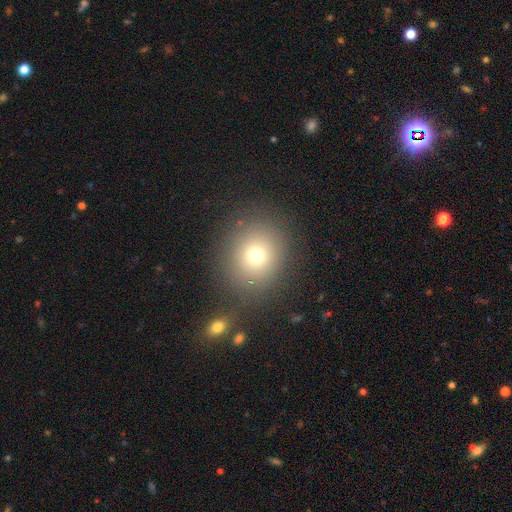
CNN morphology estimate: This is likely a smooth galaxy (72%). How rounded: clearly round (82%). Merging: clearly none (81%).